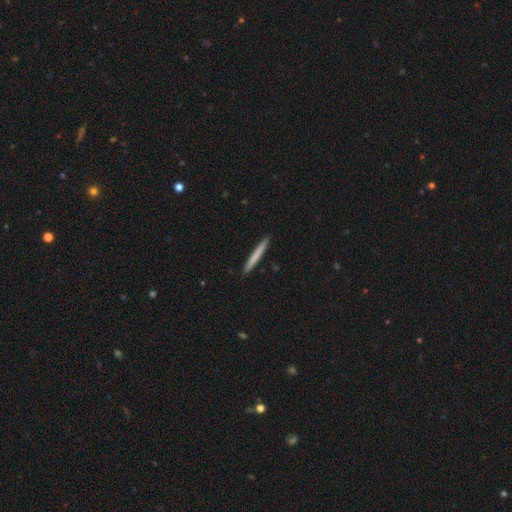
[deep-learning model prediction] A smooth galaxy with no disk features (72%) that is cigar-shaped (97%).

Vote fractions:
- Smooth or featured? smooth: 72% / featured or disk: 23% / star or artifact: 5%
- How rounded? cigar-shaped: 97% / in between: 2% / round: 1%
- Merging? none: 93% / minor disturbance: 5% / major disturbance: 1% / merger: 1%